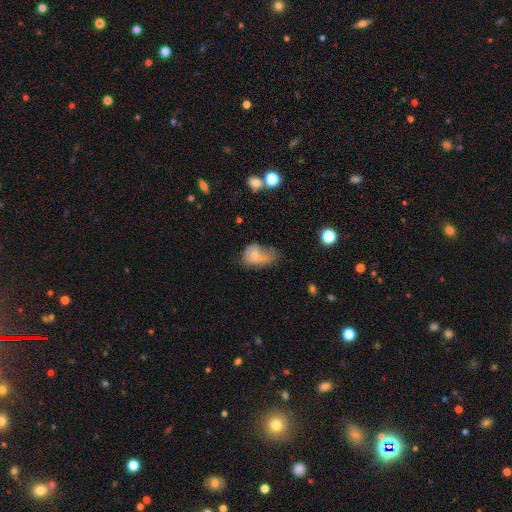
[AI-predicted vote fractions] Q: Smooth or featured?
A: smooth (65%); runner-up: featured or disk (25%)
Q: How rounded?
A: in between (81%); runner-up: round (18%)
Q: Merging?
A: major disturbance (41%); runner-up: minor disturbance (30%)